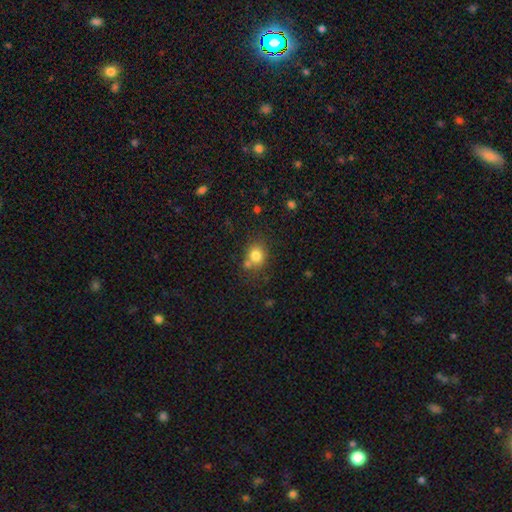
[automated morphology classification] type=smooth (80%); roundness=round (69%); merging=none (63%).